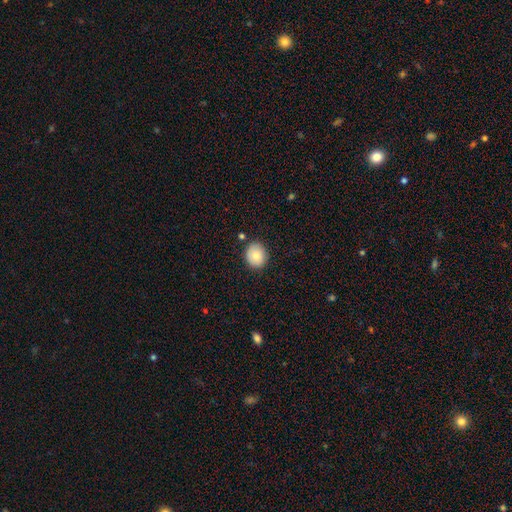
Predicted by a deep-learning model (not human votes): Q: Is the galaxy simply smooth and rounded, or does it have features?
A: smooth — 79%.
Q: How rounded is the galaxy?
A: round — 69%.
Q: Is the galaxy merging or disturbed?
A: none — 83%.